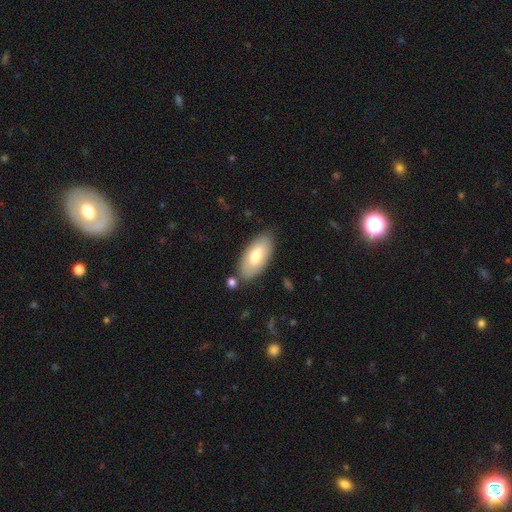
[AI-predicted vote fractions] This is likely a smooth galaxy (73%). How rounded: clearly in between (91%). Merging: likely none (80%).